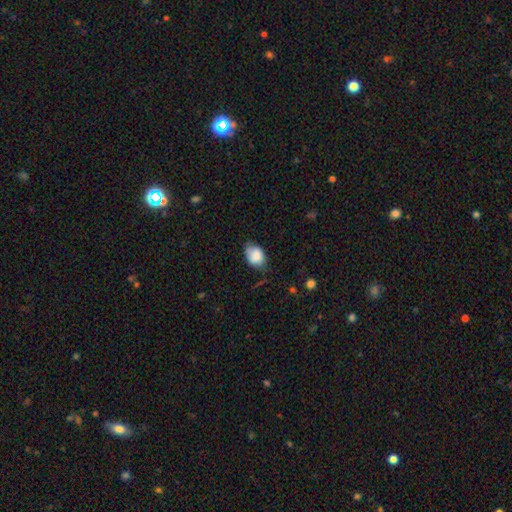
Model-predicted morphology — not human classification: This is clearly a smooth galaxy (83%). How rounded: likely in between (74%). Merging: possibly none (54%).